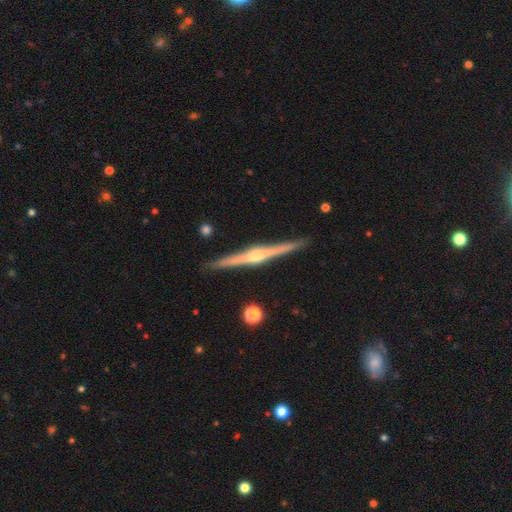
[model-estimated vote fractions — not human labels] smooth-or-featured: featured or disk: 85% | smooth: 11% | star or artifact: 5%
  disk-edge-on: yes: 99% | no: 1%
    edge-on-bulge: rounded: 87% | boxy: 7% | none: 6%
  merging: none: 92% | minor disturbance: 6% | merger: 1% | major disturbance: 1%